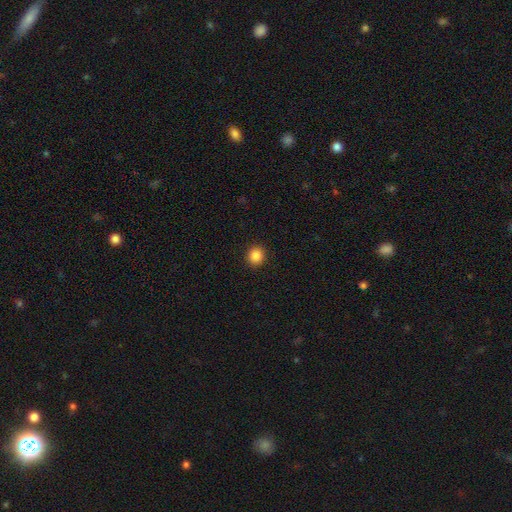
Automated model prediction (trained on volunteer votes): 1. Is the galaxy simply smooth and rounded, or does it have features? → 86% smooth, 10% star or artifact, 3% featured or disk.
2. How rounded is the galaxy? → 87% round, 12% in between, 1% cigar-shaped.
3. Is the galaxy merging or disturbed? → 92% none, 5% minor disturbance, 2% major disturbance, 1% merger.